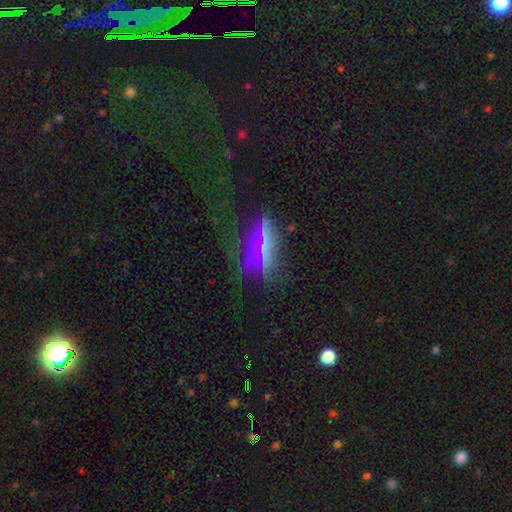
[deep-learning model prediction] Q: Smooth or featured?
A: smooth (45%); runner-up: star or artifact (34%)
Q: Merging?
A: none (72%); runner-up: minor disturbance (17%)